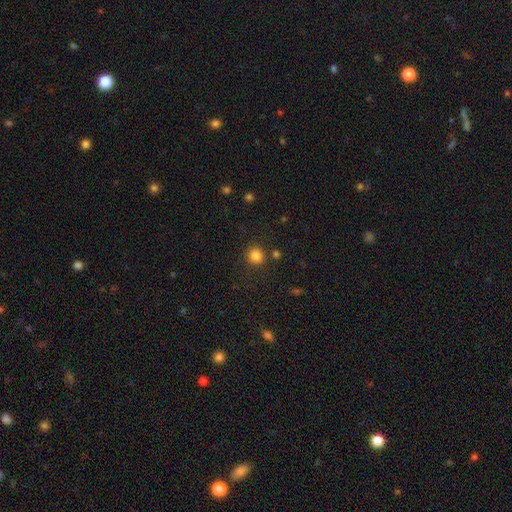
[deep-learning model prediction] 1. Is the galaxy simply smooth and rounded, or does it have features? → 83% smooth, 12% star or artifact, 4% featured or disk.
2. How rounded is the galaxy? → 91% round, 9% in between, 1% cigar-shaped.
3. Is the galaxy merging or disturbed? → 86% none, 7% minor disturbance, 4% merger, 3% major disturbance.